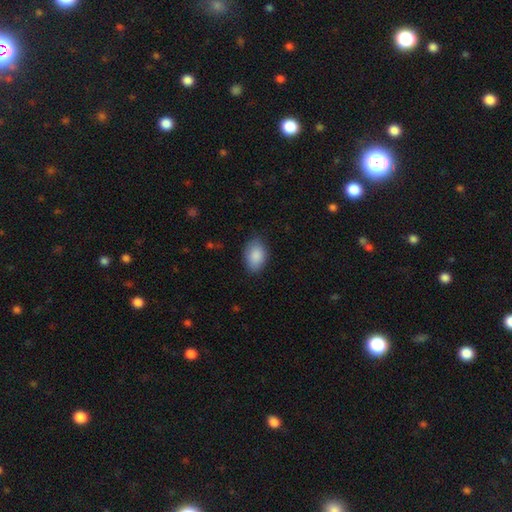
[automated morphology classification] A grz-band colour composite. It shows a smooth galaxy with no disk features (89%) that is in between round and cigar-shaped (87%). Merging: none (82%).